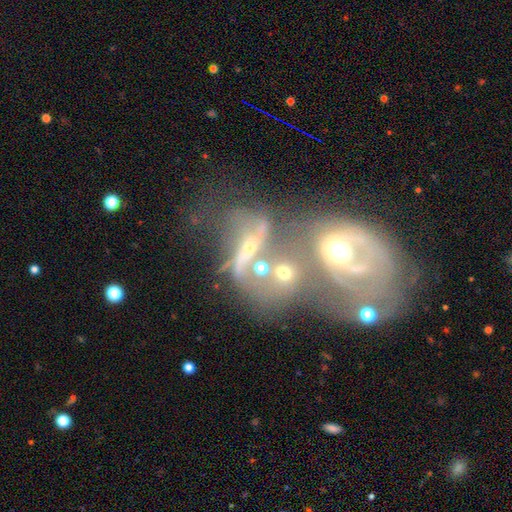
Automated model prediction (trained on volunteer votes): Smooth or featured?
  - featured or disk: 67% *
  - smooth: 18%
  - star or artifact: 15%
Edge-on disk?
  - no: 95% *
  - yes: 5%
Bar?
  - no: 54% *
  - weak: 25%
  - strong: 21%
Spiral arms?
  - yes: 55% *
  - no: 45%
Bulge size?
  - moderate: 49% *
  - small: 29%
  - none: 11%
  - large: 8%
  - dominant: 3%
Merging?
  - merger: 74% *
  - major disturbance: 12%
  - none: 9%
  - minor disturbance: 5%